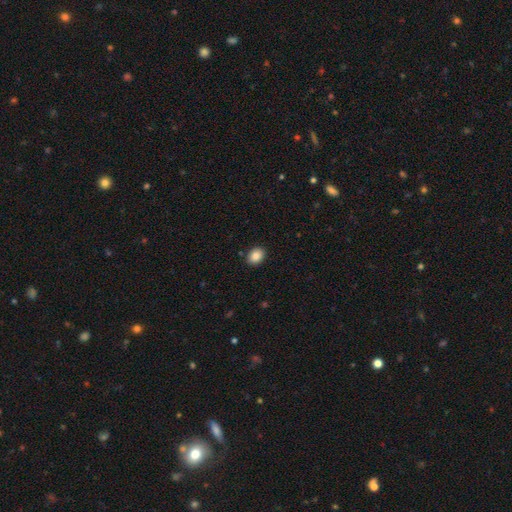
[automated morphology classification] Smooth or featured?
  - smooth: 85% *
  - star or artifact: 9%
  - featured or disk: 6%
How rounded?
  - in between: 54% *
  - round: 45%
  - cigar-shaped: 1%
Merging?
  - none: 90% *
  - minor disturbance: 7%
  - major disturbance: 2%
  - merger: 1%